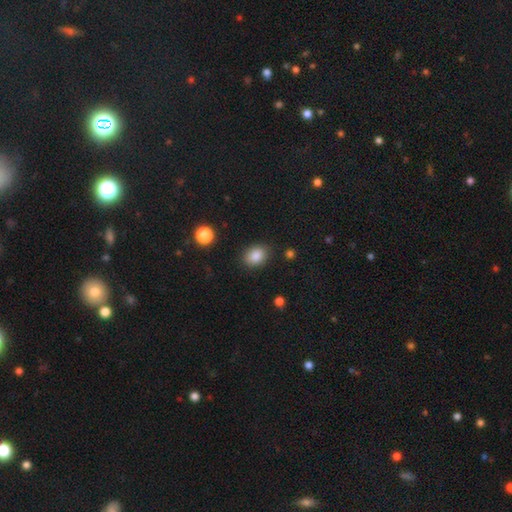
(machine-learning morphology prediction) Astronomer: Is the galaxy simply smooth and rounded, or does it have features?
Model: smooth — 86%.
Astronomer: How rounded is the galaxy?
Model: in between — 64%.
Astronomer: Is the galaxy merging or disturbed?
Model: none — 84%.